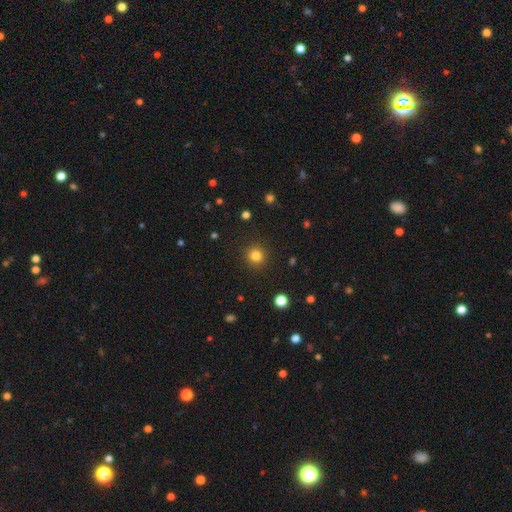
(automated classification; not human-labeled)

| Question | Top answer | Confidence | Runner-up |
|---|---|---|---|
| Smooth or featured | smooth | 82% | star or artifact (13%) |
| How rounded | round | 94% | in between (5%) |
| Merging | none | 91% | minor disturbance (5%) |